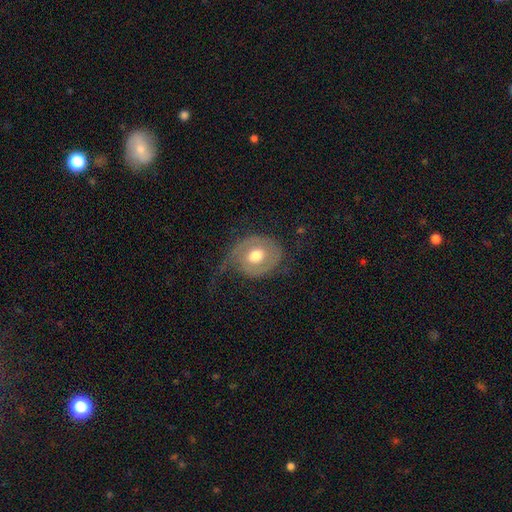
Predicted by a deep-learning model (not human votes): This is possibly a featured or disk galaxy (60%). It is clearly not viewed edge-on (96%). Bar: likely no (72%). Spiral arm pattern: likely yes (65%). Central bulge: likely moderate (71%). Merging: marginally none (40%).